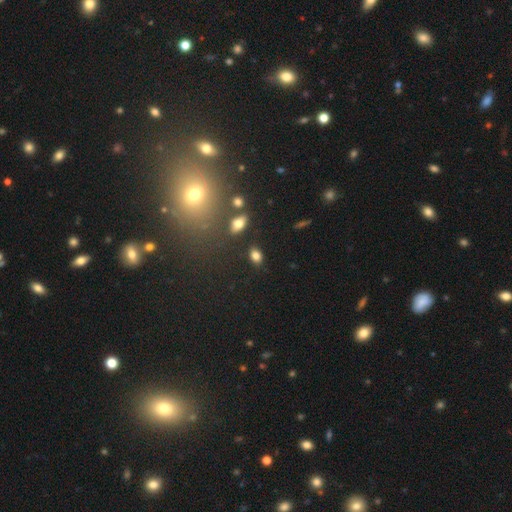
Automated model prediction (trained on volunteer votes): A smooth galaxy with no disk features (81%) that is in between round and cigar-shaped (77%). Merging: none (81%).